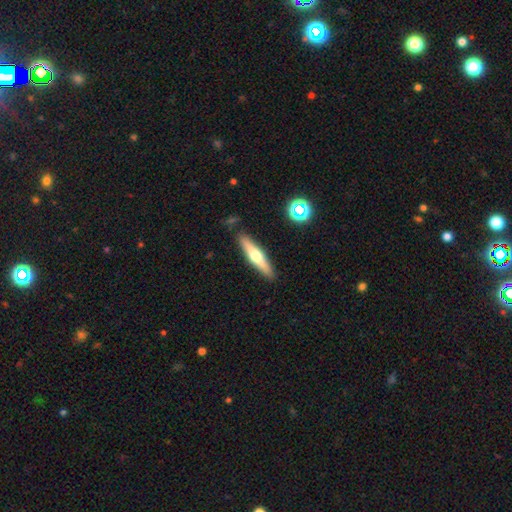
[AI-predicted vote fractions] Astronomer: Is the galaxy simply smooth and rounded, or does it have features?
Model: featured or disk — 52% (runner-up: smooth, 42%).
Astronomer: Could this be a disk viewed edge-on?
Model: yes — 94%.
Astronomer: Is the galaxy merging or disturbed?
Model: none — 88%.